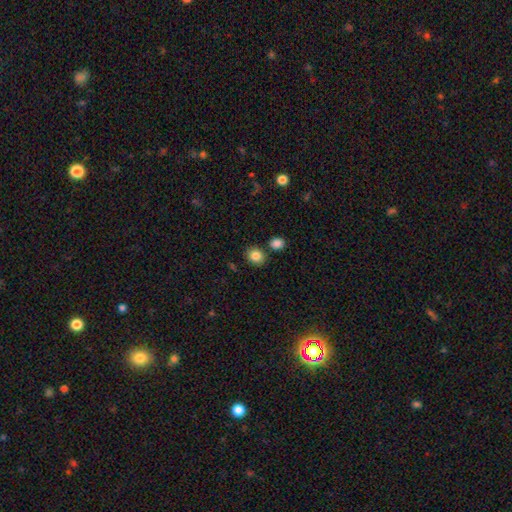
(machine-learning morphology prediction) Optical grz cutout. It shows a smooth galaxy with no disk features (85%) that is round (73%). Merging: none (80%).